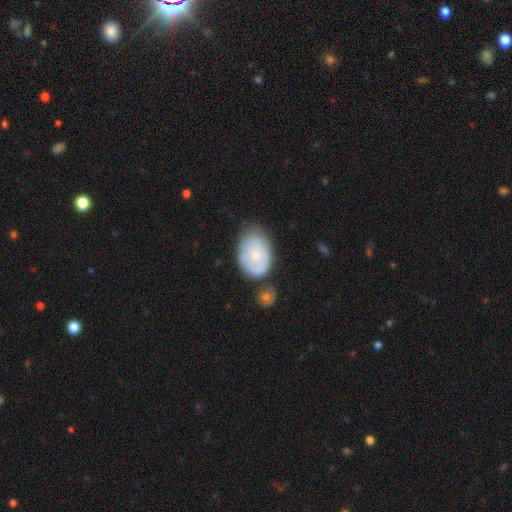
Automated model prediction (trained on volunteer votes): Overall: smooth (56%; featured or disk 38%). How rounded: in between (85%). Merging: none (56%; minor disturbance 28%).